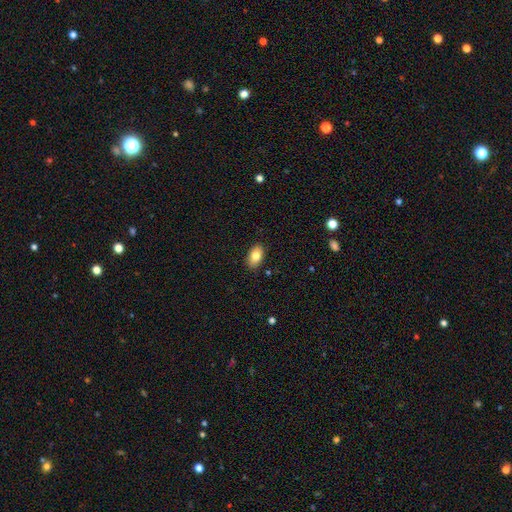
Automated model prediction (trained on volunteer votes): A smooth galaxy with no disk features (82%) that is in between round and cigar-shaped (92%).

Vote fractions:
- Smooth or featured? smooth: 82% / featured or disk: 11% / star or artifact: 8%
- How rounded? in between: 92% / round: 6% / cigar-shaped: 2%
- Merging? none: 88% / minor disturbance: 9% / major disturbance: 2% / merger: 1%